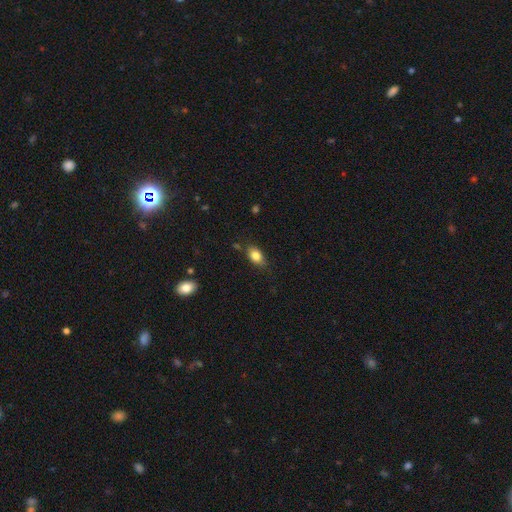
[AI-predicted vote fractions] This appears to be a smooth galaxy with no disk features (81%) that is in between round and cigar-shaped (83%). Merging: none (75%).